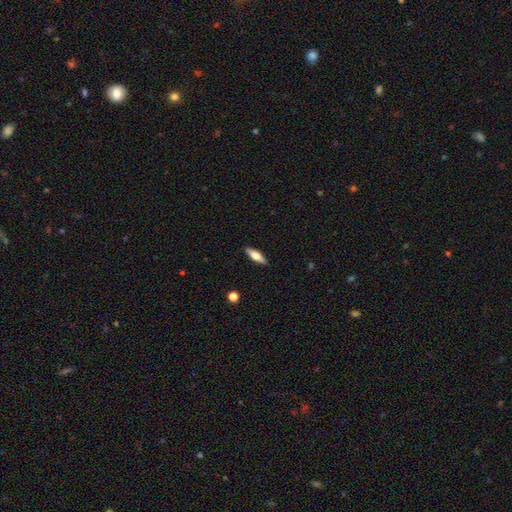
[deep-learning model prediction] Smooth or featured? smooth (55%)
How rounded? cigar-shaped (53%)
Merging? none (89%)